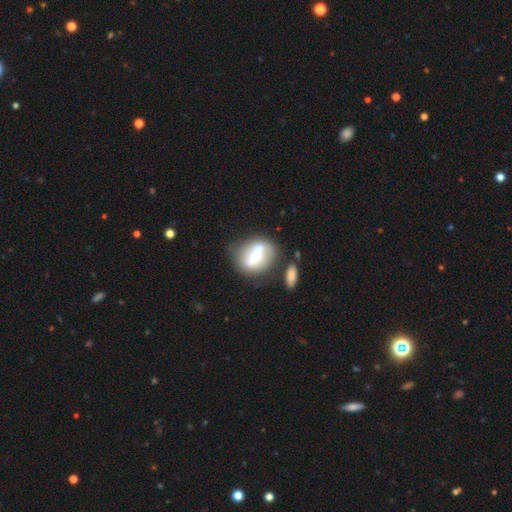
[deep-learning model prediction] smooth_or_featured: featured or disk (p=0.48) [alt: smooth p=0.44]
merging: none (p=0.47) [alt: merger p=0.30]